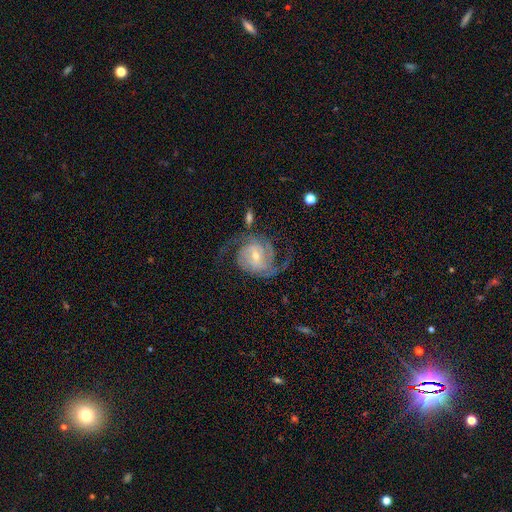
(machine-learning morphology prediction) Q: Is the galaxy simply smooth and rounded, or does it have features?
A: featured or disk — 88%.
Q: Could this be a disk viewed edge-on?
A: no — 98%.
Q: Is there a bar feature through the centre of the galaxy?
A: weak — 44%.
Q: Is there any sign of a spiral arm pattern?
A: yes — 97%.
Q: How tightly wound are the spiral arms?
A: medium — 49%.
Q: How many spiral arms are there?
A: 2 — 67%.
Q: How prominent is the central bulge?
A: small — 61%.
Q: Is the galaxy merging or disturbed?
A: none — 65%.